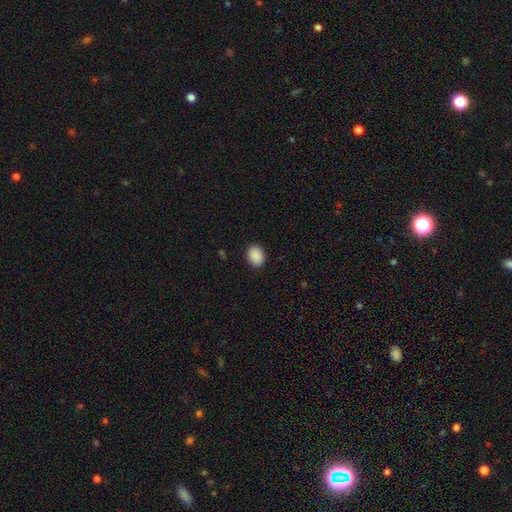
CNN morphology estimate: smooth_or_featured: smooth (p=0.90) [alt: star or artifact p=0.07]
how_rounded: in between (p=0.72) [alt: round p=0.27]
merging: none (p=0.89) [alt: minor disturbance p=0.08]